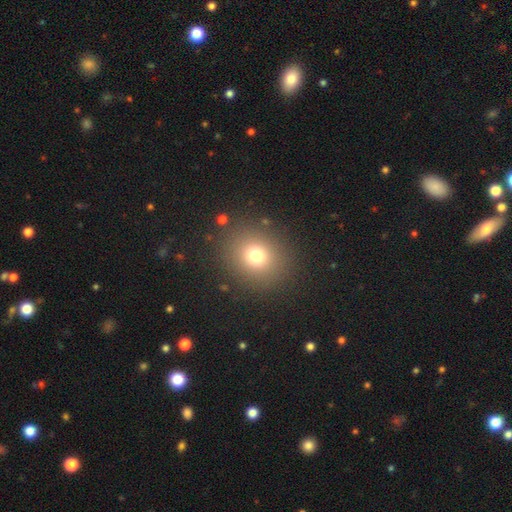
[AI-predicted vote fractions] smooth 73%, star or artifact 17%, featured or disk 9%. Down the decision tree: how rounded — round (80%); merging — none (88%).